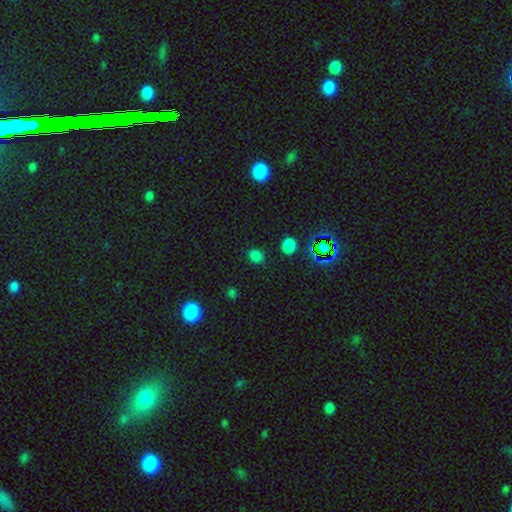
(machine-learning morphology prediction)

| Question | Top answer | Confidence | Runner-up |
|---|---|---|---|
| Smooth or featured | smooth | 73% | star or artifact (22%) |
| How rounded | round | 51% | in between (48%) |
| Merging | none | 83% | minor disturbance (11%) |